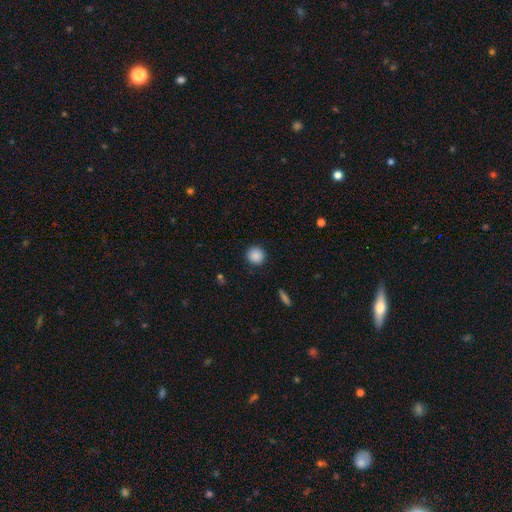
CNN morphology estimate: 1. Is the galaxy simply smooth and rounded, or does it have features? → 88% smooth, 9% star or artifact, 3% featured or disk.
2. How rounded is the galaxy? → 93% round, 6% in between, 1% cigar-shaped.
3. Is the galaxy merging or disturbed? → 91% none, 6% minor disturbance, 2% major disturbance, 1% merger.